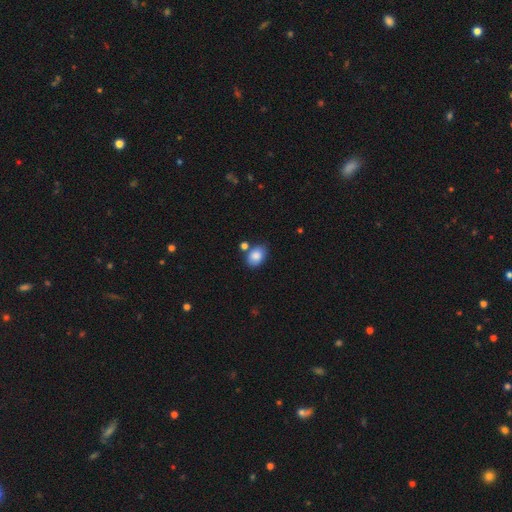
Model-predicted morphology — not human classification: Smooth or featured: smooth — 85% (star or artifact — 8%)
How rounded: in between — 81% (round — 18%)
Merging: none — 69% (minor disturbance — 16%)